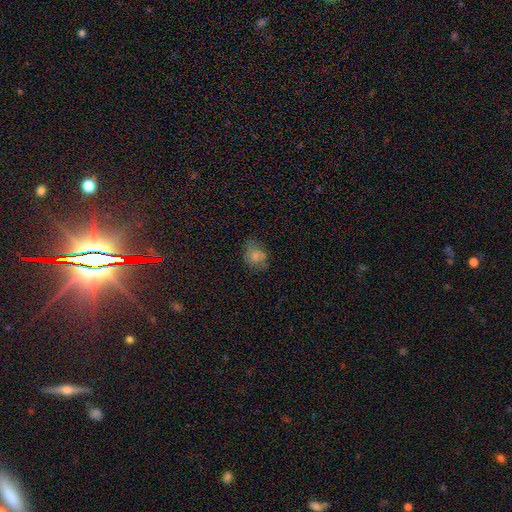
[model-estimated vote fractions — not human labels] This is likely a smooth galaxy (67%). How rounded: likely round (65%). Merging: likely none (60%).